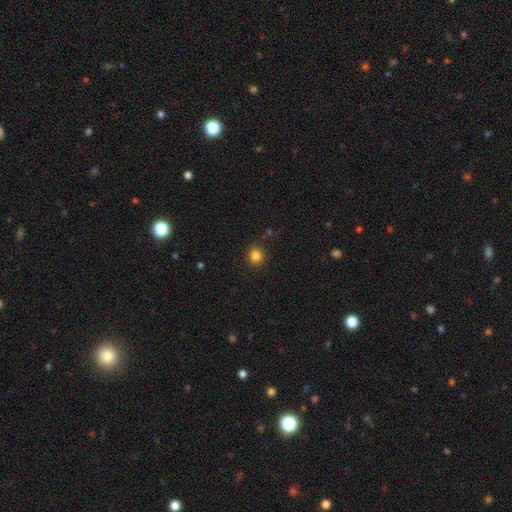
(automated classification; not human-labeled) A smooth galaxy with no disk features (83%) that is round (87%). Merging: none (89%).